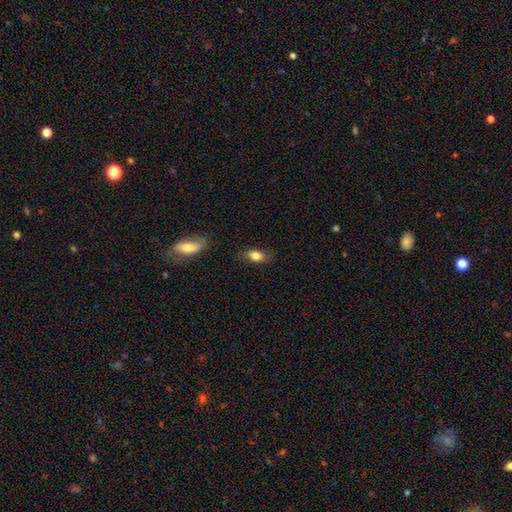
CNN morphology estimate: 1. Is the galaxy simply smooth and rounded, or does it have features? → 81% smooth, 11% featured or disk, 8% star or artifact.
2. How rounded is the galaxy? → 82% in between, 14% round, 5% cigar-shaped.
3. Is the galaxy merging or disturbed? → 79% none, 16% minor disturbance, 4% major disturbance, 2% merger.